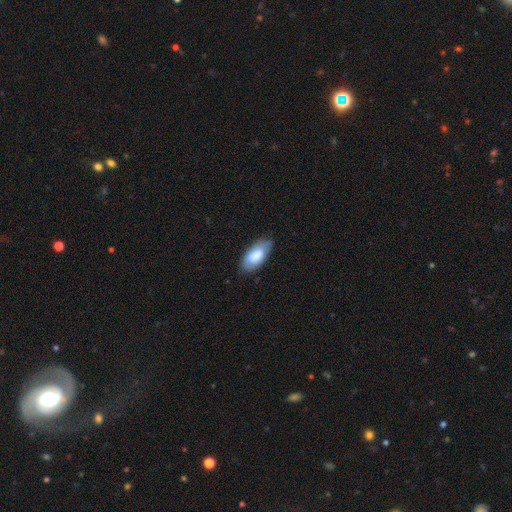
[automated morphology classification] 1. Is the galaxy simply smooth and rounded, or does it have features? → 82% smooth, 12% featured or disk, 6% star or artifact.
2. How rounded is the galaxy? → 90% in between, 8% cigar-shaped, 2% round.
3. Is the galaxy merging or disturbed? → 79% none, 17% minor disturbance, 3% major disturbance, 1% merger.